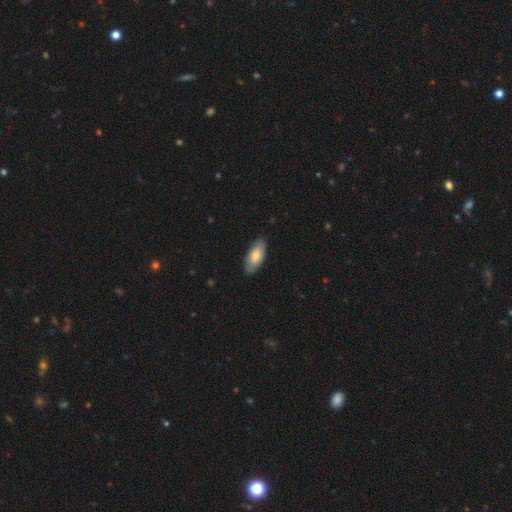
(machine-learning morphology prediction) type=smooth (77%); roundness=in between (88%); merging=none (84%).